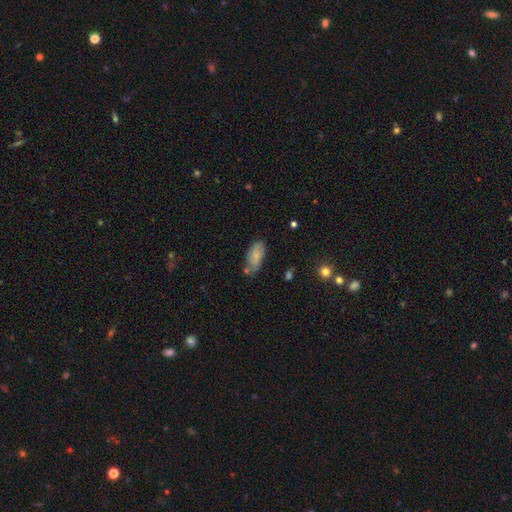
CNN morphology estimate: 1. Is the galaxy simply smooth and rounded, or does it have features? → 78% smooth, 15% featured or disk, 7% star or artifact.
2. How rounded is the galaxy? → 88% in between, 9% cigar-shaped, 3% round.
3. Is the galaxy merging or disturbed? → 59% none, 25% minor disturbance, 9% merger, 6% major disturbance.